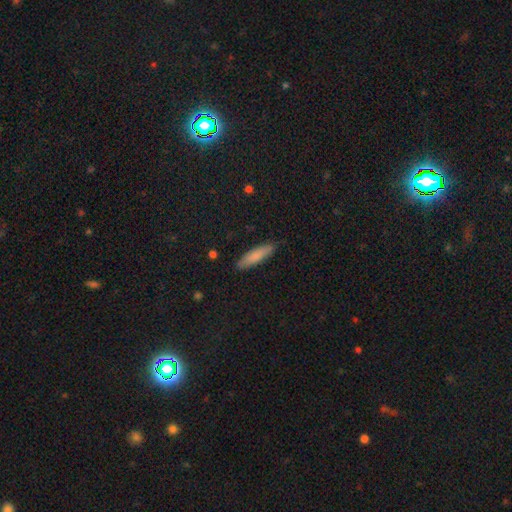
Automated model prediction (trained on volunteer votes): Smooth or featured? smooth (81%)
How rounded? cigar-shaped (76%)
Merging? none (88%)